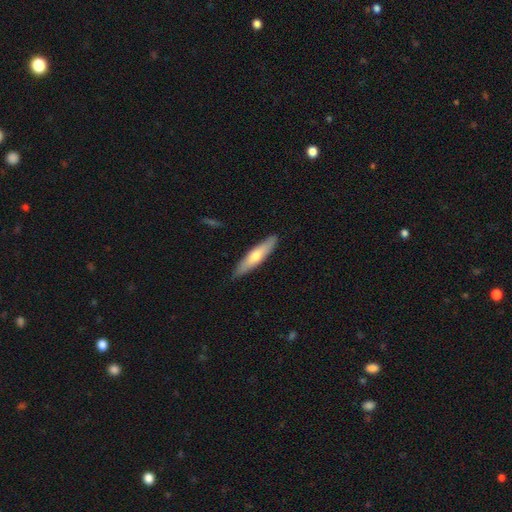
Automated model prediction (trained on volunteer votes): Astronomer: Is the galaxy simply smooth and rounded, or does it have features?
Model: smooth — 57% (runner-up: featured or disk, 38%).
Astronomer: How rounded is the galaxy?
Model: cigar-shaped — 80%.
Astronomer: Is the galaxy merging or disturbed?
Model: none — 89%.